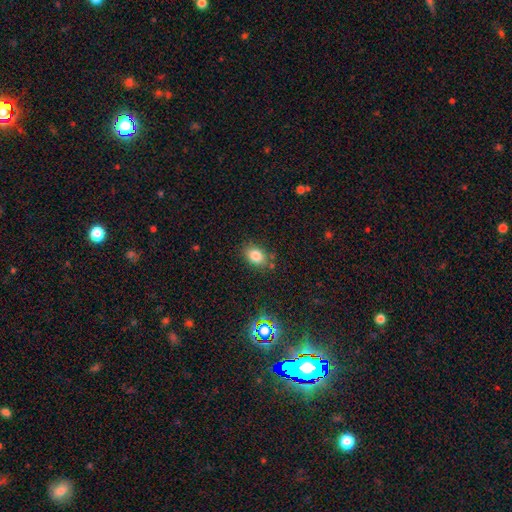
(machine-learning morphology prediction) Smooth or featured?
  - smooth: 81% *
  - star or artifact: 13%
  - featured or disk: 7%
How rounded?
  - in between: 71% *
  - round: 28%
  - cigar-shaped: 1%
Merging?
  - none: 78% *
  - minor disturbance: 14%
  - merger: 4%
  - major disturbance: 4%